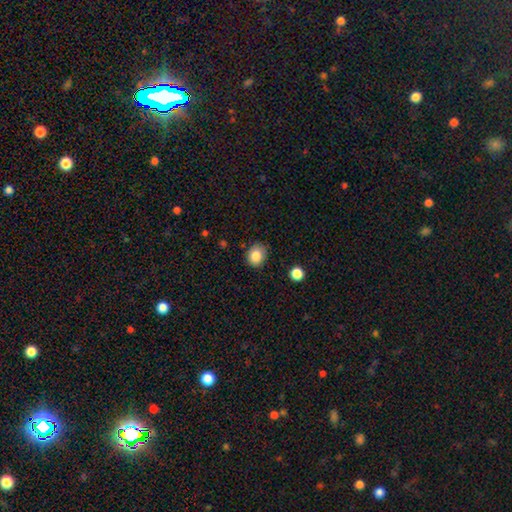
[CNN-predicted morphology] type=smooth (85%); roundness=round (62%); merging=none (83%).